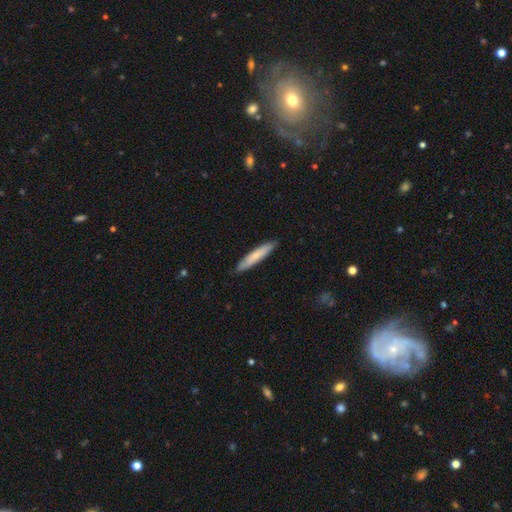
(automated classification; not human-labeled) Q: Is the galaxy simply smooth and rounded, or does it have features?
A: smooth — 72%.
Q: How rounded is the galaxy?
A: cigar-shaped — 91%.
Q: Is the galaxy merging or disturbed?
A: none — 88%.